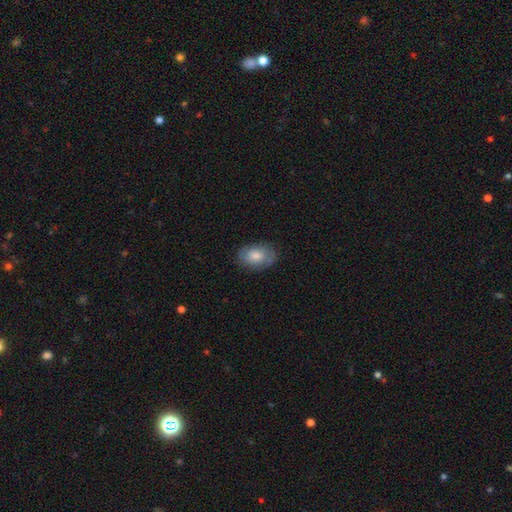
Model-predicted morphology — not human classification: A smooth galaxy with no disk features (74%) that is in between round and cigar-shaped (88%).

Vote fractions:
- Smooth or featured? smooth: 74% / featured or disk: 20% / star or artifact: 7%
- How rounded? in between: 88% / round: 11% / cigar-shaped: 1%
- Merging? none: 80% / minor disturbance: 15% / major disturbance: 4% / merger: 1%